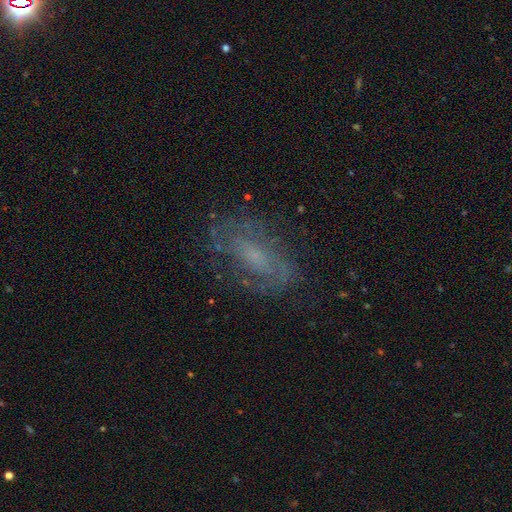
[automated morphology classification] smooth-or-featured: featured or disk: 63% | smooth: 24% | star or artifact: 13%
  disk-edge-on: no: 92% | yes: 8%
    bar: no: 52% | weak: 38% | strong: 10%
    has-spiral-arms: yes: 74% | no: 26%
    bulge-size: small: 44% | moderate: 28% | none: 22% | large: 4% | dominant: 1%
  merging: none: 68% | minor disturbance: 18% | major disturbance: 12% | merger: 2%